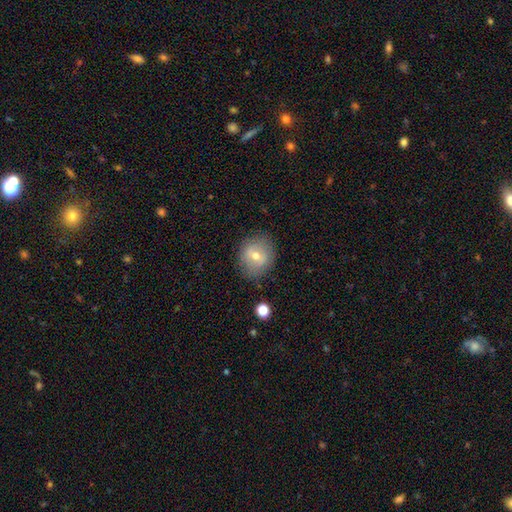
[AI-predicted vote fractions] Smooth or featured?
  - smooth: 60% *
  - featured or disk: 31%
  - star or artifact: 9%
How rounded?
  - round: 78% *
  - in between: 21%
  - cigar-shaped: 1%
Merging?
  - none: 80% *
  - minor disturbance: 13%
  - major disturbance: 4%
  - merger: 2%